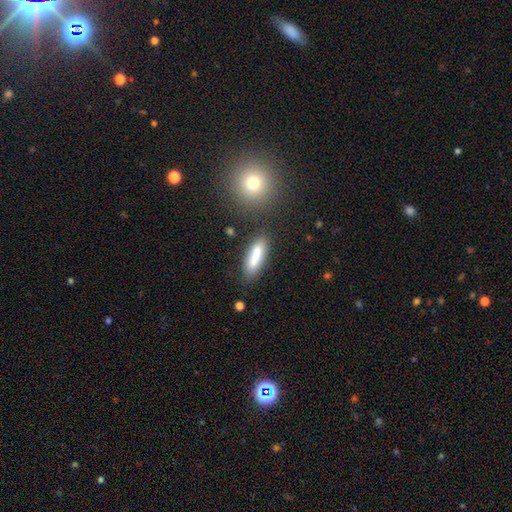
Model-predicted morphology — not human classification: This appears to be a smooth galaxy with no disk features (78%) that is cigar-shaped (60%). Merging: none (78%).